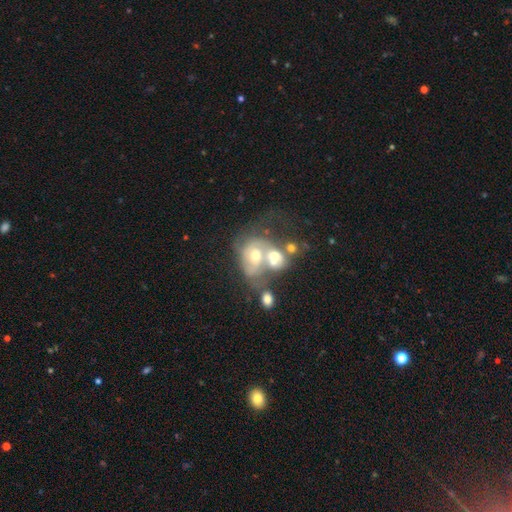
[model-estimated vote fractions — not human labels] The model was most divided on "smooth or featured": featured or disk: 55%, smooth: 33%, star or artifact: 12%. More confident: edge-on disk — no (96%); bar — no (82%); merging — merger (69%); bulge size — moderate (63%); spiral arms — no (62%).